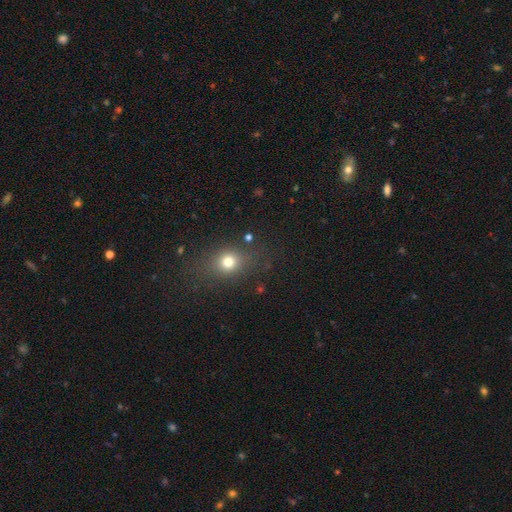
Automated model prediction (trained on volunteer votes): The model was most divided on "how rounded": in between: 49%, round: 46%, cigar-shaped: 5%. More confident: merging — none (83%); smooth or featured — smooth (63%).